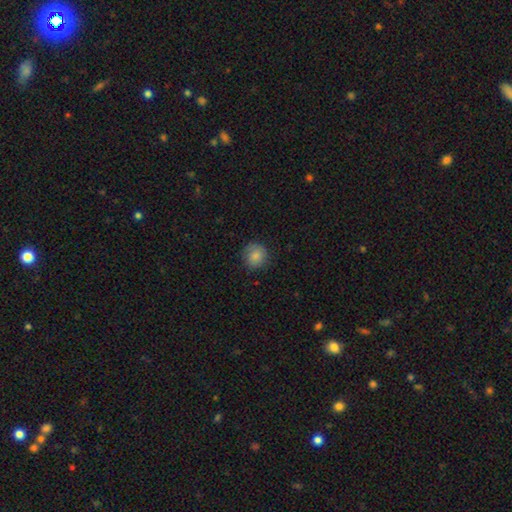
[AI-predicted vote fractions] smooth_or_featured: smooth (p=0.83) [alt: star or artifact p=0.09]
how_rounded: round (p=0.88) [alt: in between p=0.11]
merging: none (p=0.79) [alt: minor disturbance p=0.16]